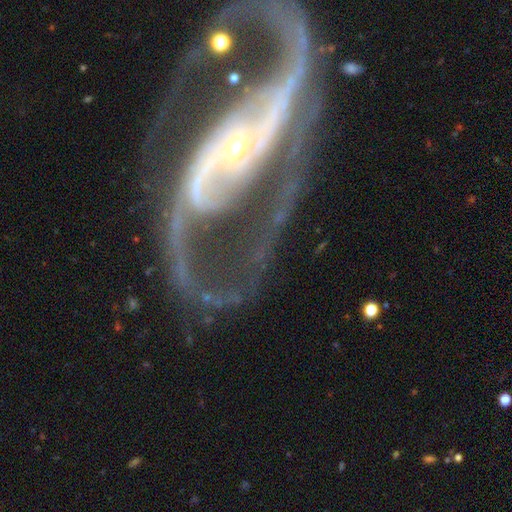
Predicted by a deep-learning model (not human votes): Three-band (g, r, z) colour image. It shows a featured or disk galaxy (89%) with a strong bar (45%), 2 (79%) medium (43%) spiral arms (88%) and a small central bulge (48%). Merging: none (59%).